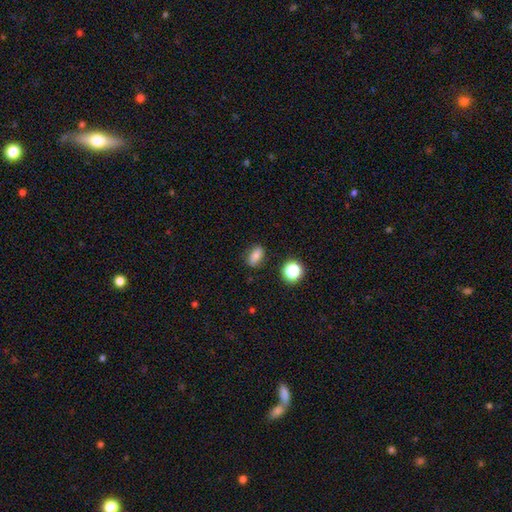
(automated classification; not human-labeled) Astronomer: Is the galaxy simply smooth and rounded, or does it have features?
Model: smooth — 74%.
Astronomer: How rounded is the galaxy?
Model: in between — 75%.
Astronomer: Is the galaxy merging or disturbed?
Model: none — 80%.